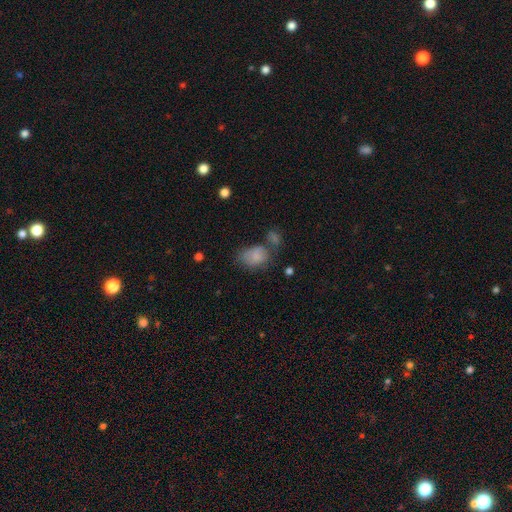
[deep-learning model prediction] Smooth or featured? Predicted: smooth (p=0.79). How rounded? Predicted: in between (p=0.76). Merging? Predicted: none (p=0.37).